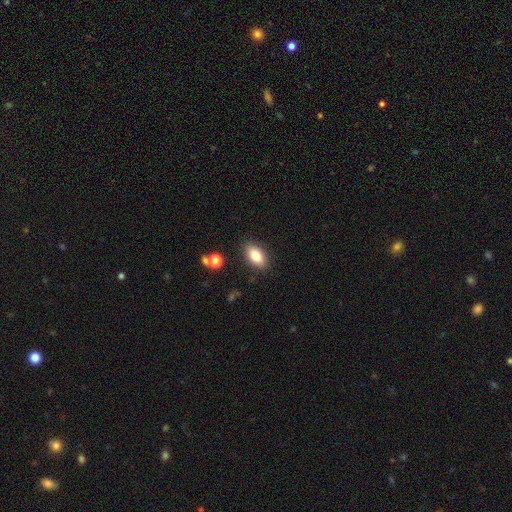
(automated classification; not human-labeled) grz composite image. It shows a smooth galaxy with no disk features (81%) that is in between round and cigar-shaped (88%). Merging: none (87%).